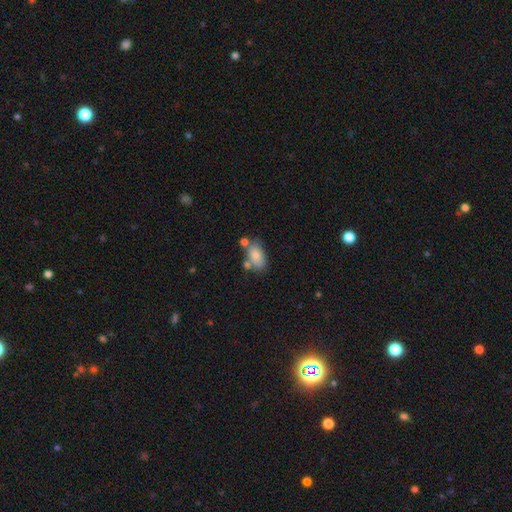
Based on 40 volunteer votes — Smooth or featured?
  - smooth: 80% *
  - featured or disk: 15%
  - star or artifact: 5%
How rounded?
  - in between: 91% *
  - cigar-shaped: 6%
  - round: 3%
Merging?
  - none: 74% *
  - minor disturbance: 16%
  - merger: 8%
  - major disturbance: 3%